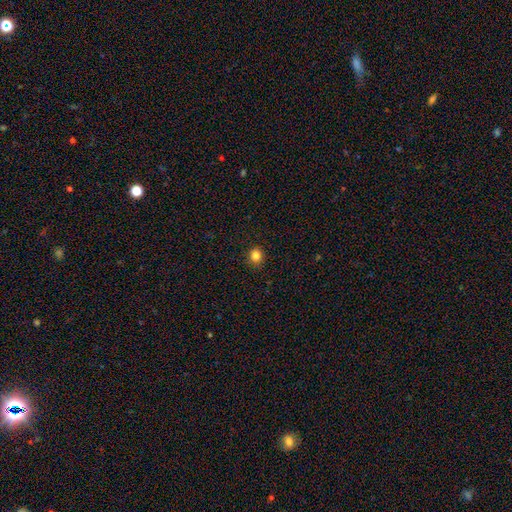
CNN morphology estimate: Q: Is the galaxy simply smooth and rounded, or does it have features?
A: smooth — 84%.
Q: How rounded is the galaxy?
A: round — 79%.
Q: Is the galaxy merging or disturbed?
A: none — 90%.